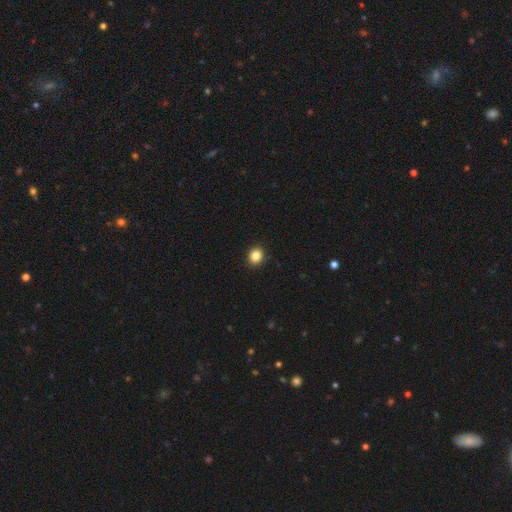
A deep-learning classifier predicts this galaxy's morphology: A smooth galaxy with no disk features (86%) that is round (65%).

Vote fractions:
- Smooth or featured? smooth: 86% / star or artifact: 10% / featured or disk: 4%
- How rounded? round: 65% / in between: 34% / cigar-shaped: 1%
- Merging? none: 91% / minor disturbance: 6% / major disturbance: 2% / merger: 1%